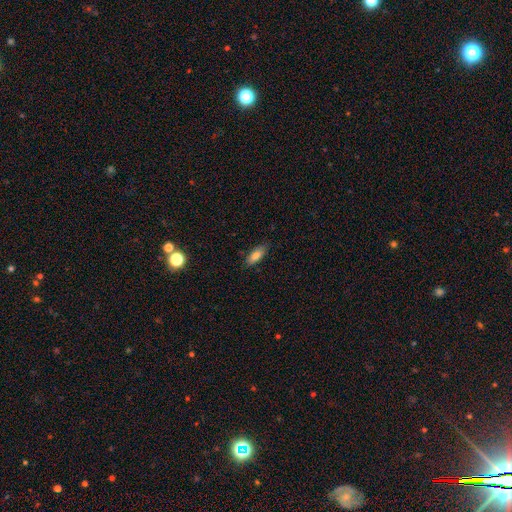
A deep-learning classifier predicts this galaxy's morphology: type=smooth (81%); roundness=in between (74%); merging=none (82%).